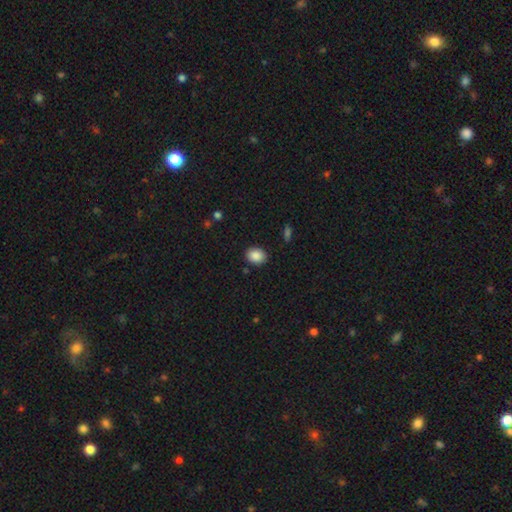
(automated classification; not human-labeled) smooth-or-featured: smooth: 88% | star or artifact: 8% | featured or disk: 4%
  how-rounded: in between: 55% | round: 44% | cigar-shaped: 1%
  merging: none: 87% | minor disturbance: 9% | major disturbance: 2% | merger: 2%